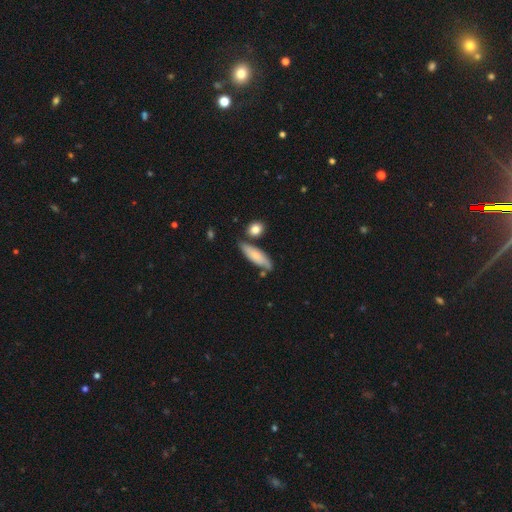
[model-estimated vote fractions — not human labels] A smooth galaxy with no disk features (66%) that is in between round and cigar-shaped (52%). Merging: none (65%).